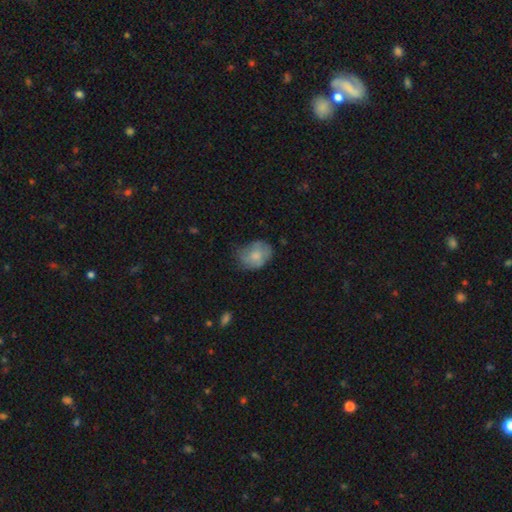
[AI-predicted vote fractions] A smooth galaxy with no disk features (64%) that is in between round and cigar-shaped (66%).

Vote fractions:
- Smooth or featured? smooth: 64% / featured or disk: 29% / star or artifact: 7%
- How rounded? in between: 66% / round: 33% / cigar-shaped: 1%
- Merging? none: 48% / minor disturbance: 35% / major disturbance: 15% / merger: 2%